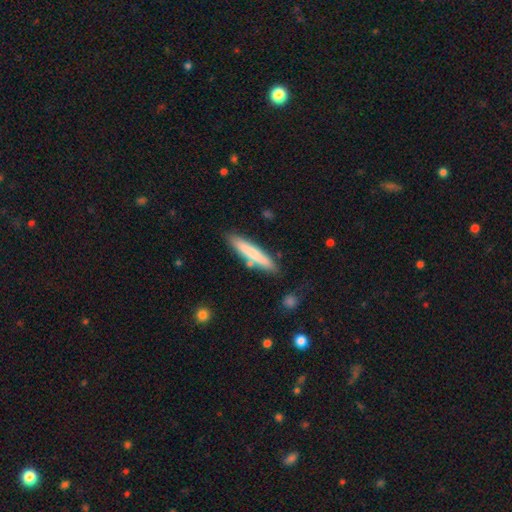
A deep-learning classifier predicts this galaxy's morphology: Q: Smooth or featured?
A: smooth (71%); runner-up: featured or disk (23%)
Q: How rounded?
A: cigar-shaped (90%); runner-up: in between (8%)
Q: Merging?
A: none (80%); runner-up: minor disturbance (11%)